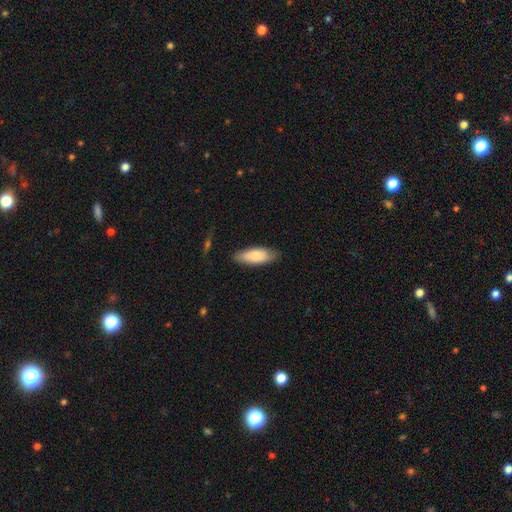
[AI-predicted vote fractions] The model was most divided on "how rounded": in between: 73%, cigar-shaped: 26%, round: 2%. More confident: merging — none (81%); smooth or featured — smooth (79%).